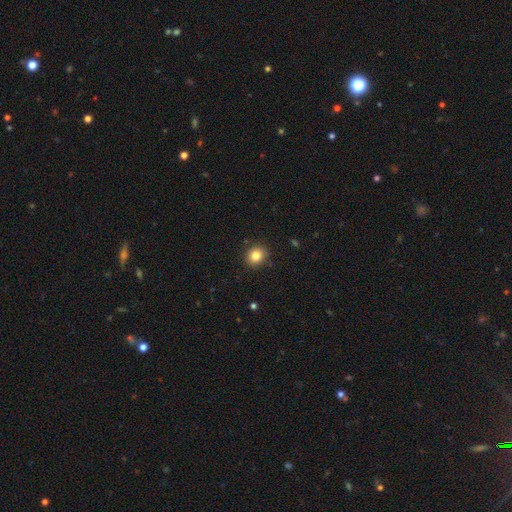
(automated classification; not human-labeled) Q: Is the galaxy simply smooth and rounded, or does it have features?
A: smooth — 83%.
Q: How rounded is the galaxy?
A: round — 79%.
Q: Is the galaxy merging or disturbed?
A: none — 89%.